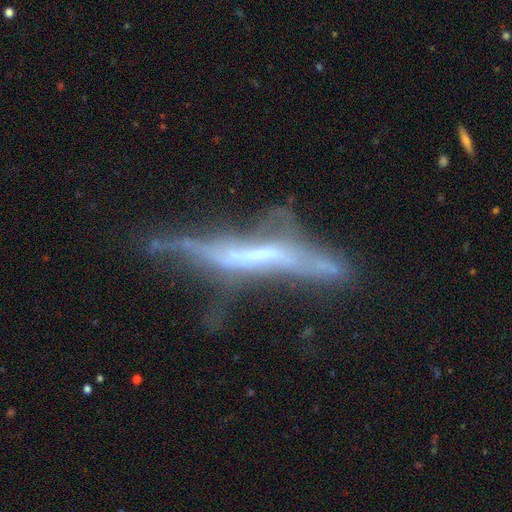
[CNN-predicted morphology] smooth_or_featured: featured or disk (p=0.70) [alt: smooth p=0.19]
disk_edge_on: yes (p=0.66) [alt: no p=0.34]
merging: major disturbance (p=0.35) [alt: none p=0.25]